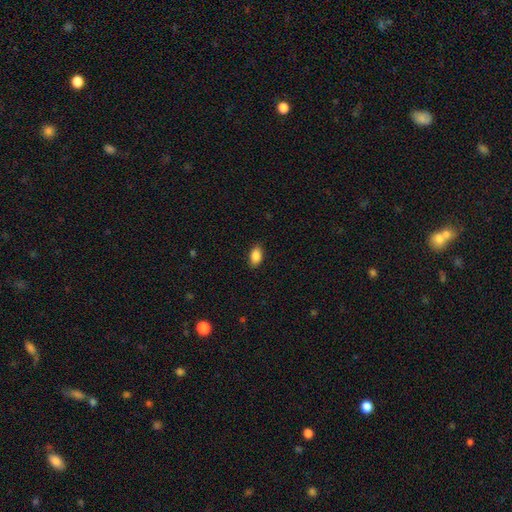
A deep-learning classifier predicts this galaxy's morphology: type=smooth (86%); roundness=in between (90%); merging=none (87%).